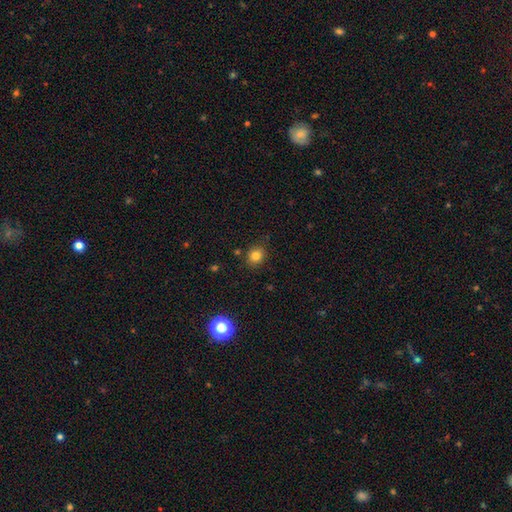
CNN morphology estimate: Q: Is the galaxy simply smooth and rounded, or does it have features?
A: smooth — 81%.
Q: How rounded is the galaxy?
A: round — 74%.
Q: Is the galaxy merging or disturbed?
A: none — 83%.